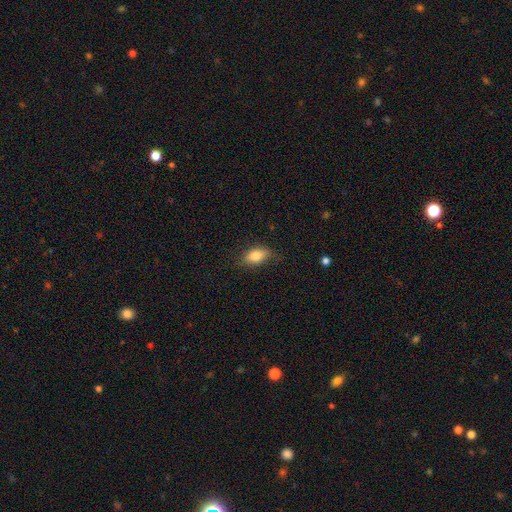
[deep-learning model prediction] smooth_or_featured: smooth (p=0.80) [alt: featured or disk p=0.12]
how_rounded: in between (p=0.85) [alt: round p=0.10]
merging: none (p=0.70) [alt: minor disturbance p=0.23]